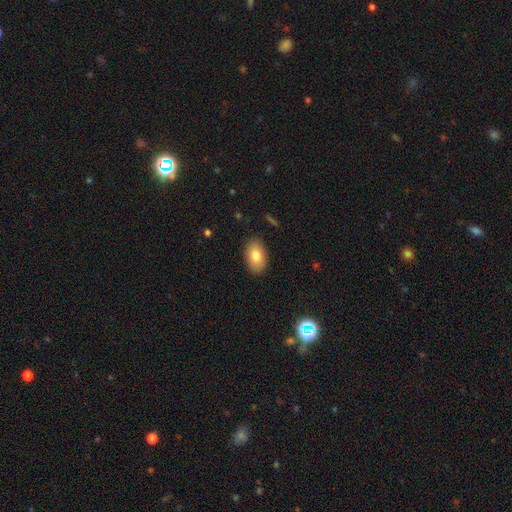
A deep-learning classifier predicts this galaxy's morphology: Overall: smooth (81%). How rounded: in between (90%). Merging: none (88%).